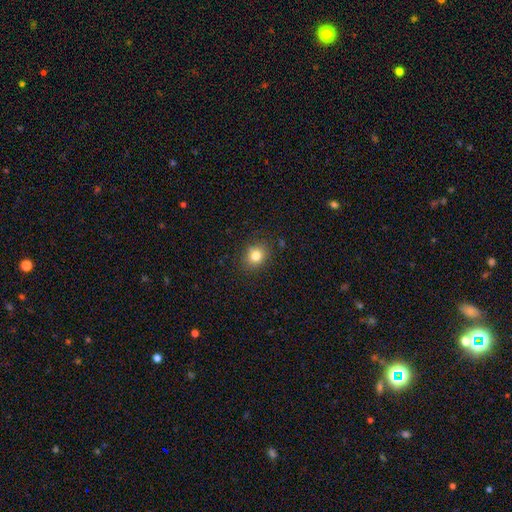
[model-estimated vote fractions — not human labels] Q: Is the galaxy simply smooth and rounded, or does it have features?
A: smooth — 81%.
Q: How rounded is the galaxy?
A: round — 68%.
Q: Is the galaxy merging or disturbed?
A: none — 87%.